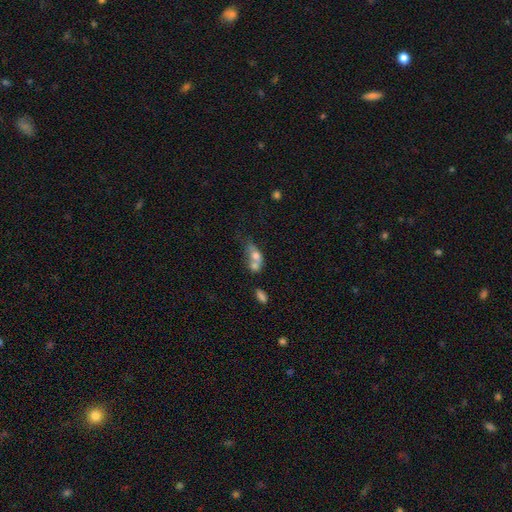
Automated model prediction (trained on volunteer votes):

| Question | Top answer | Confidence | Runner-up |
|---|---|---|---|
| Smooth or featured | smooth | 65% | featured or disk (26%) |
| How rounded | in between | 66% | round (27%) |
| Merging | merger | 66% | none (18%) |